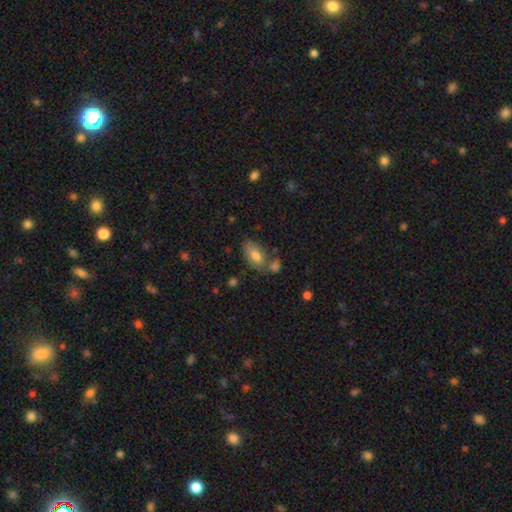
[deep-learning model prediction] Smooth or featured? smooth (78%)
How rounded? in between (91%)
Merging? none (57%)